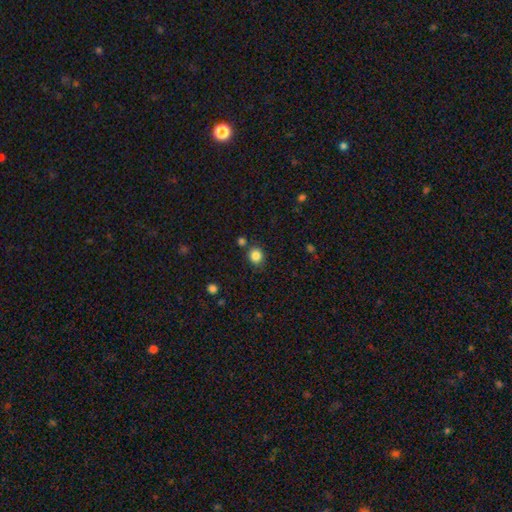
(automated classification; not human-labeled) Smooth or featured?
  - smooth: 84% *
  - star or artifact: 11%
  - featured or disk: 5%
How rounded?
  - round: 79% *
  - in between: 21%
  - cigar-shaped: 1%
Merging?
  - none: 78% *
  - minor disturbance: 11%
  - merger: 7%
  - major disturbance: 3%